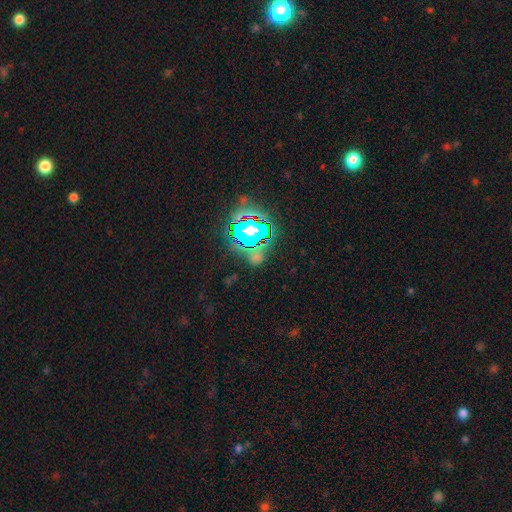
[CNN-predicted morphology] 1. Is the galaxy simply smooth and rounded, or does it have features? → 63% star or artifact, 24% smooth, 13% featured or disk.